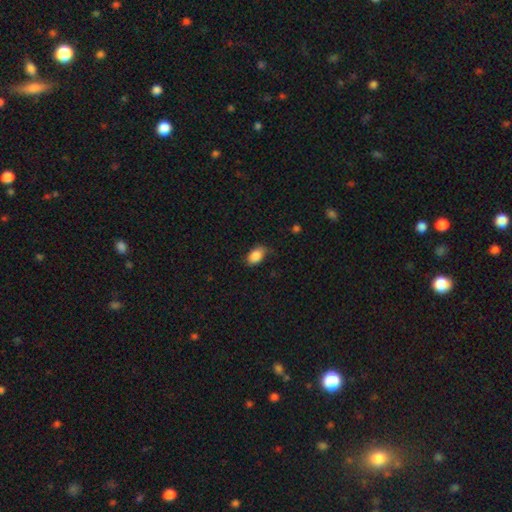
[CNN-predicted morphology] A smooth galaxy with no disk features (87%) that is in between round and cigar-shaped (88%). Merging: none (77%).